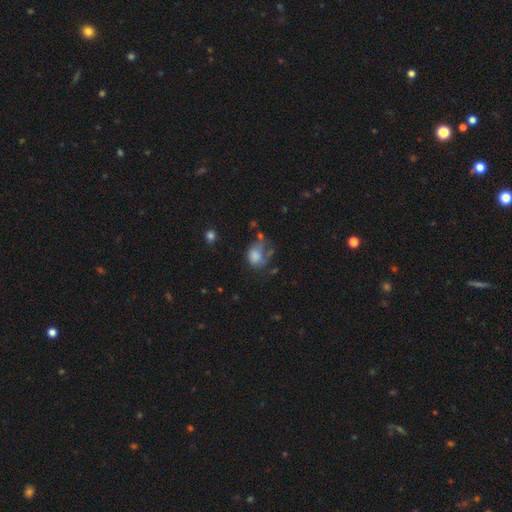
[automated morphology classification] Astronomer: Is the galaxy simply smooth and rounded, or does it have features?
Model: smooth — 67%.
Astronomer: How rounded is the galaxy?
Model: in between — 57% (runner-up: round, 42%).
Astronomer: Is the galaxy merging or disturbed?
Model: major disturbance — 42% (runner-up: minor disturbance, 24%).